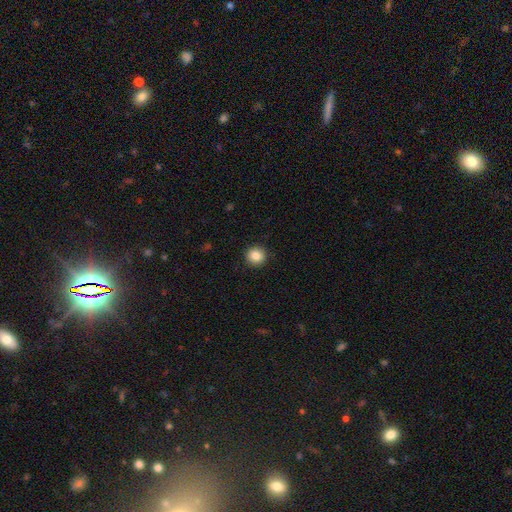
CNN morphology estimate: The model was most divided on "smooth or featured": smooth: 86%, star or artifact: 9%, featured or disk: 4%. More confident: merging — none (92%); how rounded — round (91%).